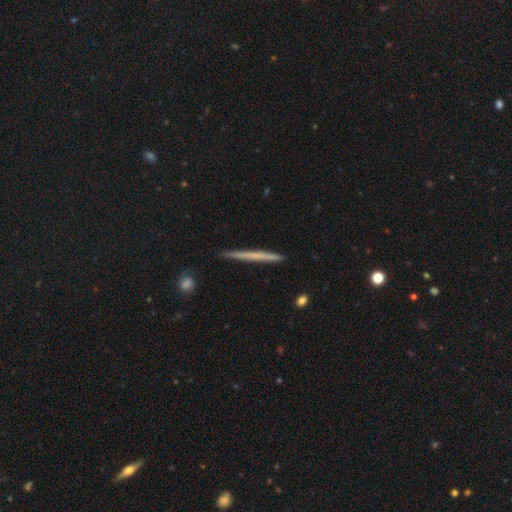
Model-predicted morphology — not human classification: Q: Smooth or featured?
A: smooth (52%); runner-up: featured or disk (43%)
Q: How rounded?
A: cigar-shaped (97%); runner-up: in between (2%)
Q: Merging?
A: none (89%); runner-up: minor disturbance (8%)